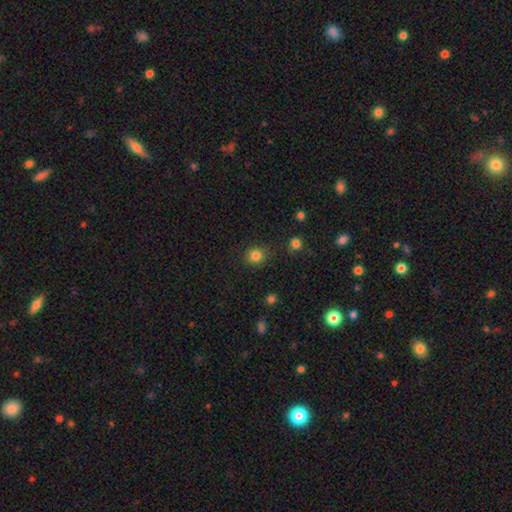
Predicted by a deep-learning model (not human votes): The model was most divided on "smooth or featured": smooth: 82%, star or artifact: 13%, featured or disk: 5%. More confident: merging — none (86%); how rounded — round (86%).